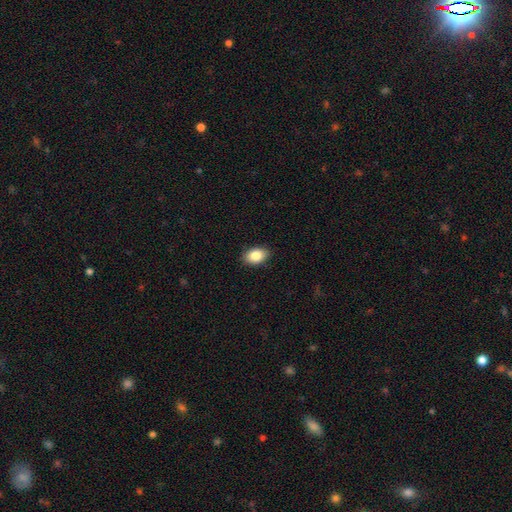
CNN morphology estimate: type=smooth (85%); roundness=in between (85%); merging=none (88%).